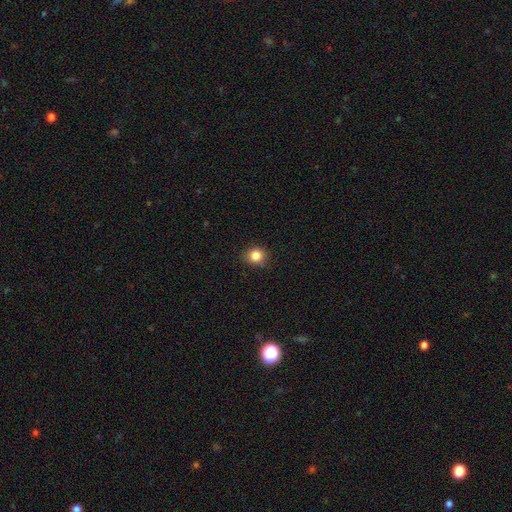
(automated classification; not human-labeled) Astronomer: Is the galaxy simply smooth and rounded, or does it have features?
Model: smooth — 84%.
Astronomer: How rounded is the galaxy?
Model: round — 81%.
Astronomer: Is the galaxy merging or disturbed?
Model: none — 85%.